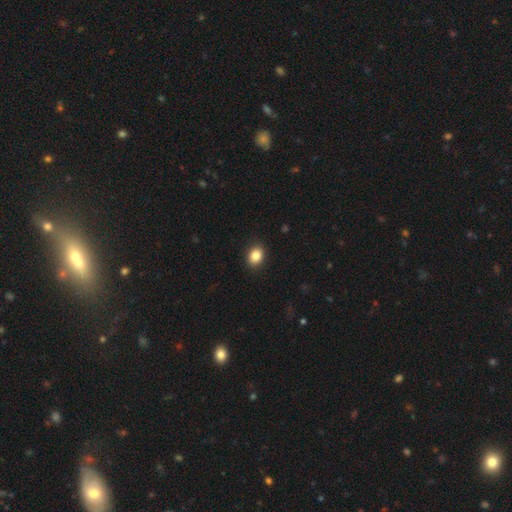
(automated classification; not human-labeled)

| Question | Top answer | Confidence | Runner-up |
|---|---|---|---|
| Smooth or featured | smooth | 85% | star or artifact (9%) |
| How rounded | in between | 56% | round (43%) |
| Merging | none | 90% | minor disturbance (7%) |